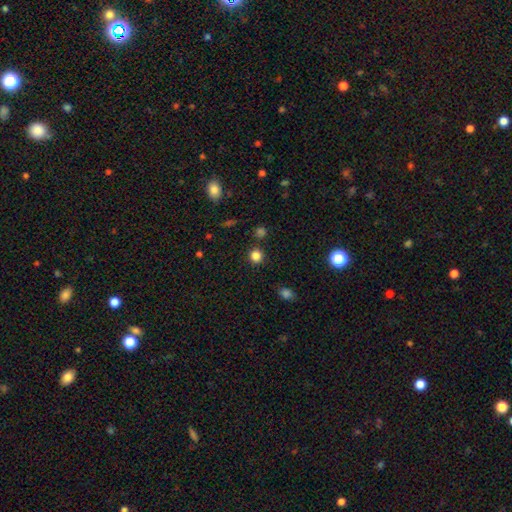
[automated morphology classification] Smooth or featured?
  - smooth: 83% *
  - star or artifact: 14%
  - featured or disk: 4%
How rounded?
  - round: 91% *
  - in between: 8%
  - cigar-shaped: 1%
Merging?
  - none: 88% *
  - minor disturbance: 6%
  - merger: 3%
  - major disturbance: 2%